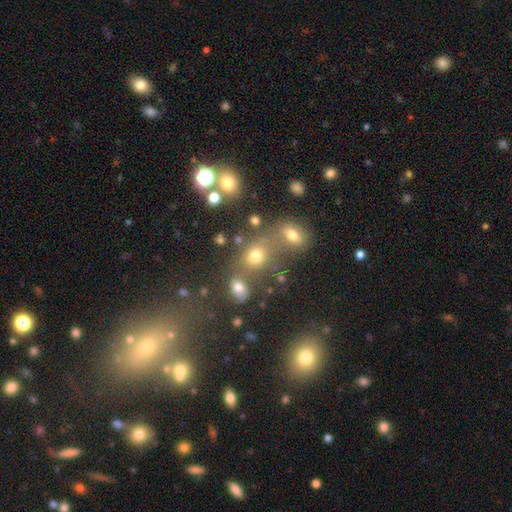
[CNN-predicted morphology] type=smooth (68%); roundness=round (57%); merging=none (46%).